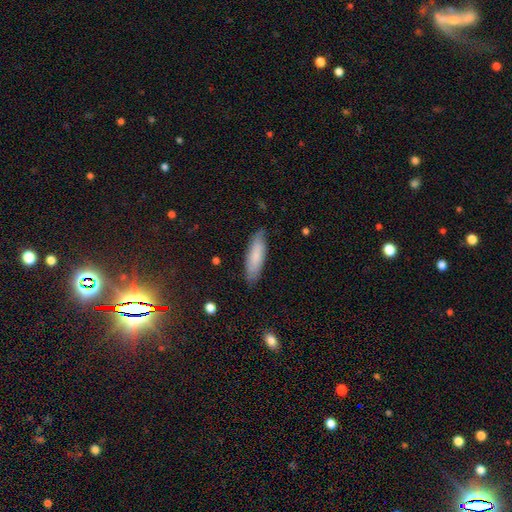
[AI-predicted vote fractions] The model was most divided on "how rounded": cigar-shaped: 55%, in between: 43%, round: 1%. More confident: merging — none (82%); smooth or featured — smooth (72%).